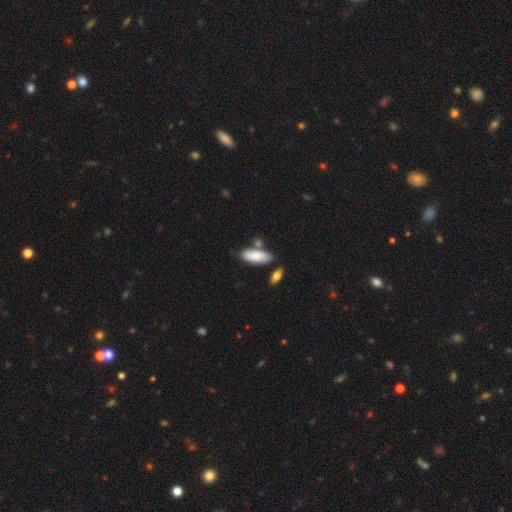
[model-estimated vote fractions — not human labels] Smooth or featured? smooth (84%)
How rounded? in between (76%)
Merging? none (68%)